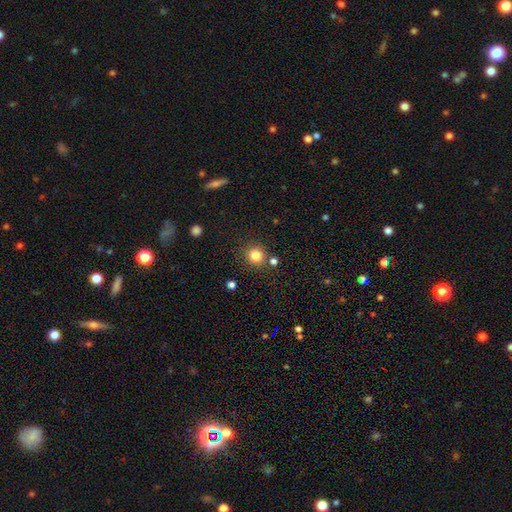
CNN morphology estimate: This appears to be a smooth galaxy with no disk features (81%) that is round (91%). Merging: none (82%).